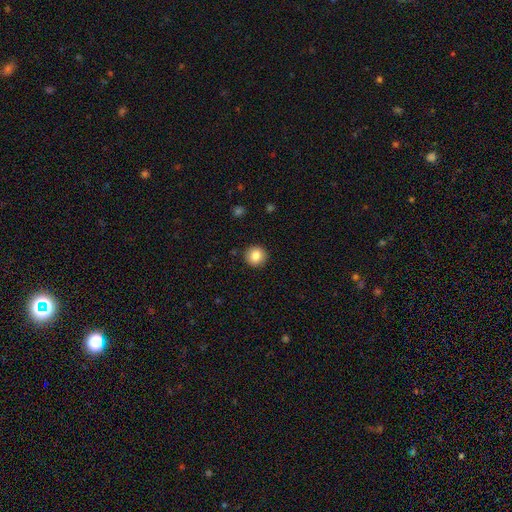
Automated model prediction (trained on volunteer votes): Smooth or featured? smooth (85%)
How rounded? round (93%)
Merging? none (91%)